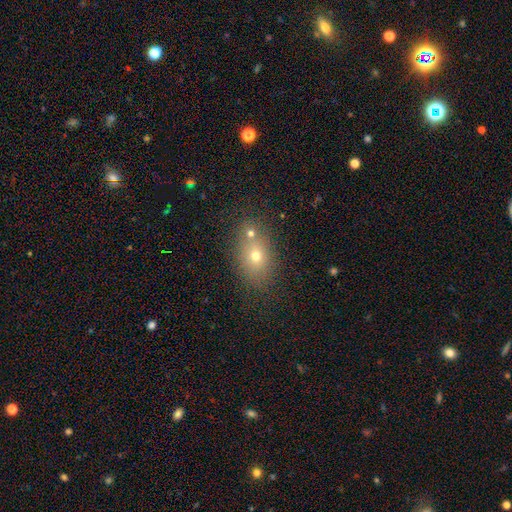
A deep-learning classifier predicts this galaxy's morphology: Smooth or featured? smooth (65%)
How rounded? in between (65%)
Merging? none (64%)